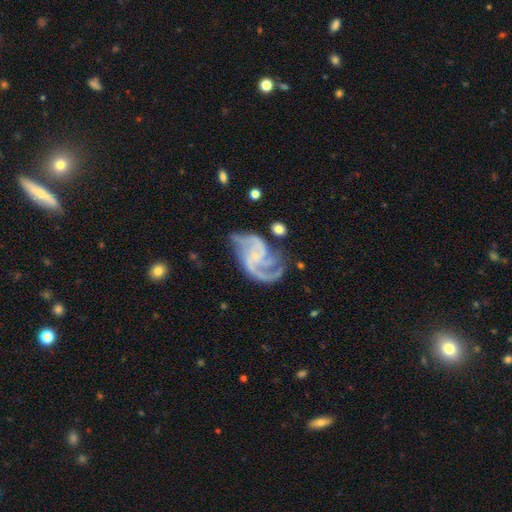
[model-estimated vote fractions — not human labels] Smooth or featured: featured or disk — 91% (star or artifact — 5%)
Edge-on disk: no — 98% (yes — 2%)
Bar: no — 62% (weak — 30%)
Spiral arms: yes — 98% (no — 2%)
Spiral winding: medium — 54% (tight — 23%)
Spiral arm count: 3 — 41% (2 — 34%)
Bulge size: small — 72% (none — 17%)
Merging: none — 54% (minor disturbance — 22%)